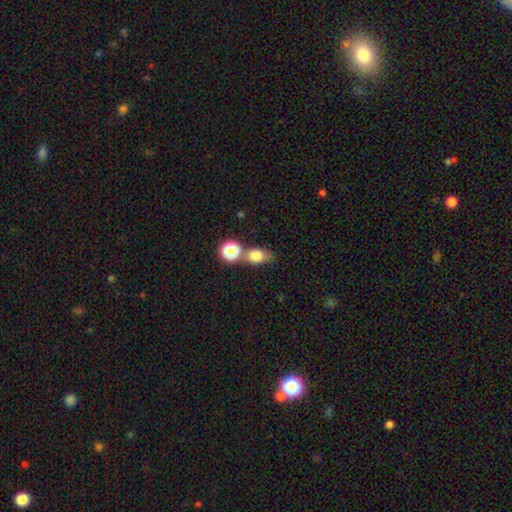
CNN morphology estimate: smooth-or-featured: smooth: 78% | star or artifact: 12% | featured or disk: 10%
  how-rounded: in between: 58% | round: 39% | cigar-shaped: 3%
  merging: none: 45% | merger: 38% | minor disturbance: 11% | major disturbance: 5%